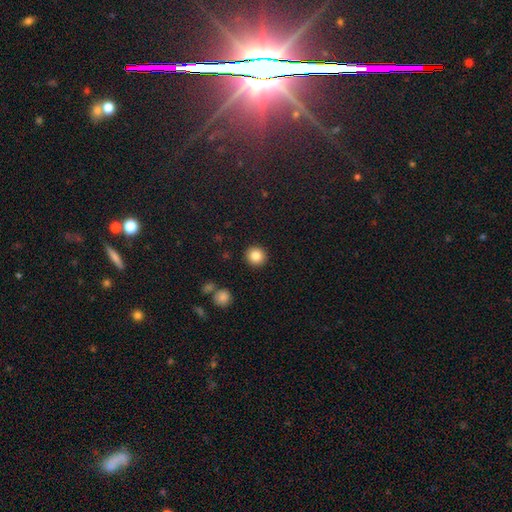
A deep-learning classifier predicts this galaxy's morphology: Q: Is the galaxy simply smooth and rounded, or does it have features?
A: smooth — 84%.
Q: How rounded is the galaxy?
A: round — 92%.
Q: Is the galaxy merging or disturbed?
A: none — 92%.